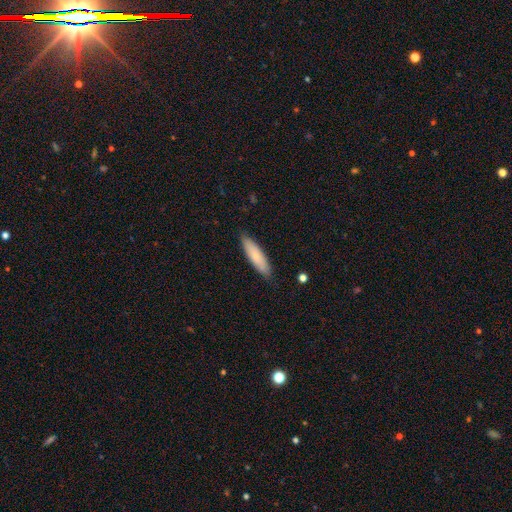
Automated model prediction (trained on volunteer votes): Smooth or featured: smooth — 78% (featured or disk — 16%)
How rounded: cigar-shaped — 69% (in between — 30%)
Merging: none — 87% (minor disturbance — 11%)